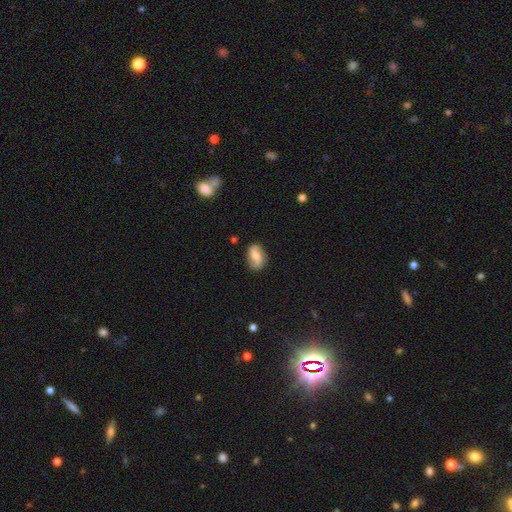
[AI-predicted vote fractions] A featured or disk galaxy (46%). Merging: none (75%).